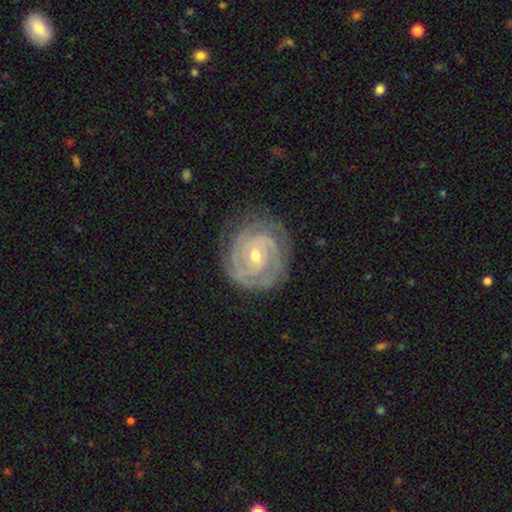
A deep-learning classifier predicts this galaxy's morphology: Smooth or featured? featured or disk (88%)
Edge-on disk? no (97%)
Bar? no (53%)
Spiral arms? yes (96%)
Spiral winding? tight (80%)
Spiral arm count? 2 (32%)
Bulge size? small (51%)
Merging? none (77%)